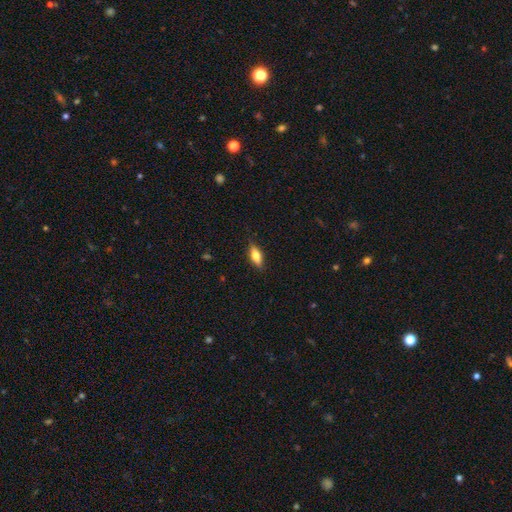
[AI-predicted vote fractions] Smooth or featured? Predicted: smooth (p=0.64). How rounded? Predicted: in between (p=0.68). Merging? Predicted: none (p=0.86).